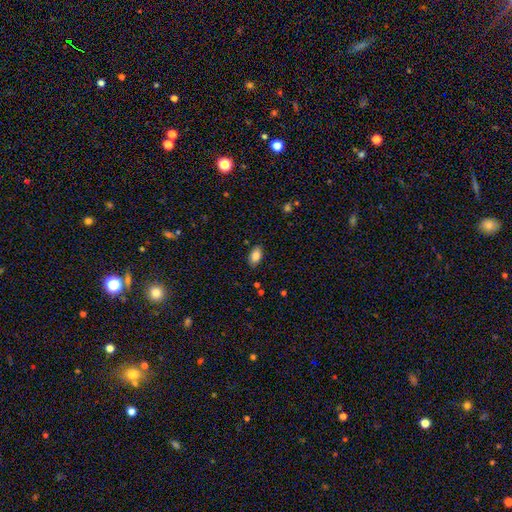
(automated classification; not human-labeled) smooth 85%, star or artifact 8%, featured or disk 7%. Down the decision tree: how rounded — in between (92%); merging — none (84%).